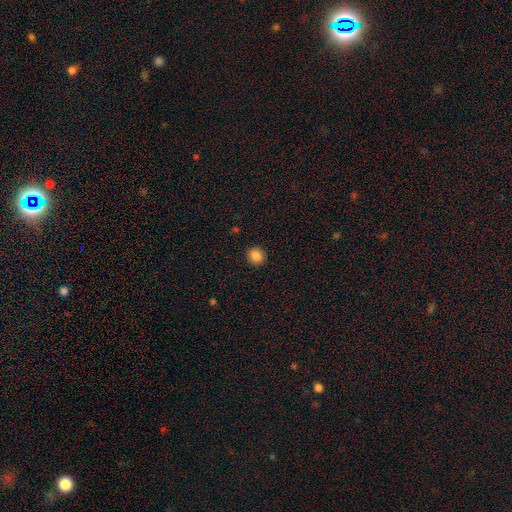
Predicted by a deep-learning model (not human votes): smooth 86%, star or artifact 10%, featured or disk 4%. Down the decision tree: how rounded — round (87%); merging — none (92%).